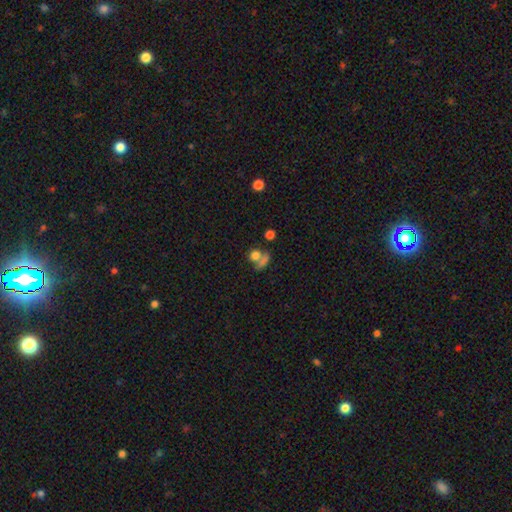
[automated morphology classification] type=smooth (73%); roundness=round (73%); merging=none (43%).